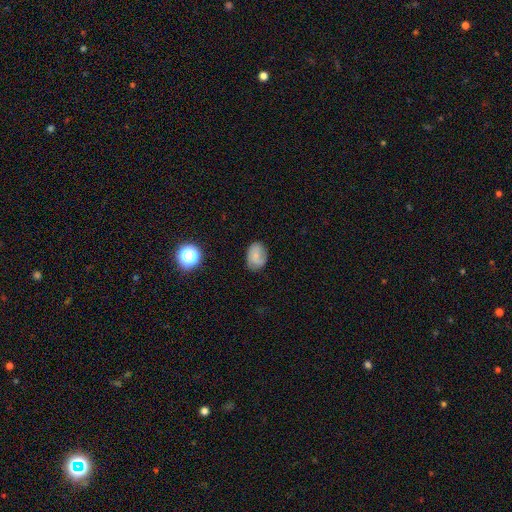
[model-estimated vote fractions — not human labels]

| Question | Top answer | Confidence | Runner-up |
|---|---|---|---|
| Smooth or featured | smooth | 56% | featured or disk (33%) |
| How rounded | in between | 74% | round (25%) |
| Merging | none | 73% | minor disturbance (21%) |